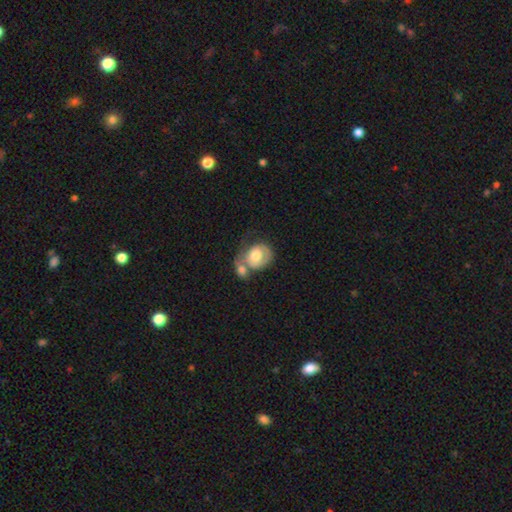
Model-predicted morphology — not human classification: Smooth or featured? smooth (56%)
How rounded? round (55%)
Merging? merger (51%)